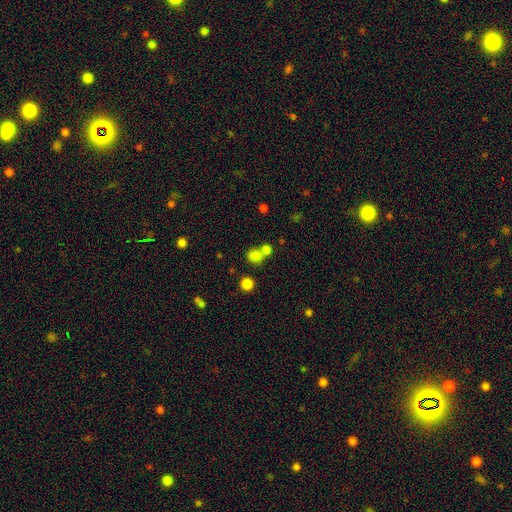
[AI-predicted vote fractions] Smooth or featured?
  - smooth: 78% *
  - star or artifact: 15%
  - featured or disk: 7%
How rounded?
  - round: 73% *
  - in between: 26%
  - cigar-shaped: 1%
Merging?
  - none: 48% *
  - merger: 40%
  - minor disturbance: 8%
  - major disturbance: 4%